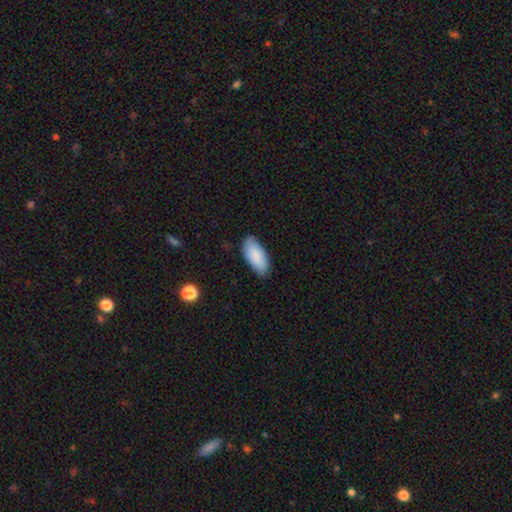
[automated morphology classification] type=smooth (88%); roundness=in between (91%); merging=none (82%).